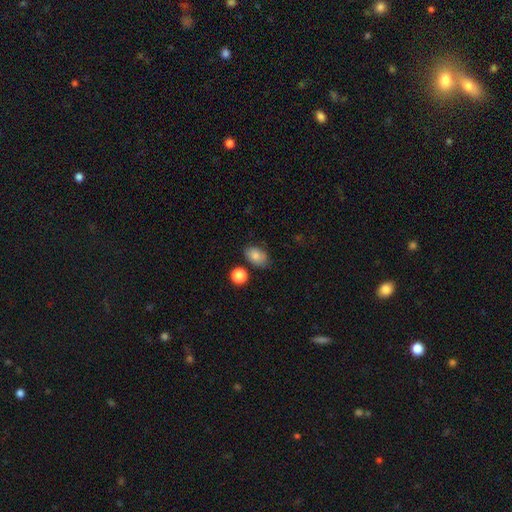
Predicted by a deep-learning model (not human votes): The model was most divided on "merging": none: 72%, minor disturbance: 19%, merger: 5%, major disturbance: 4%. More confident: how rounded — in between (86%); smooth or featured — smooth (83%).